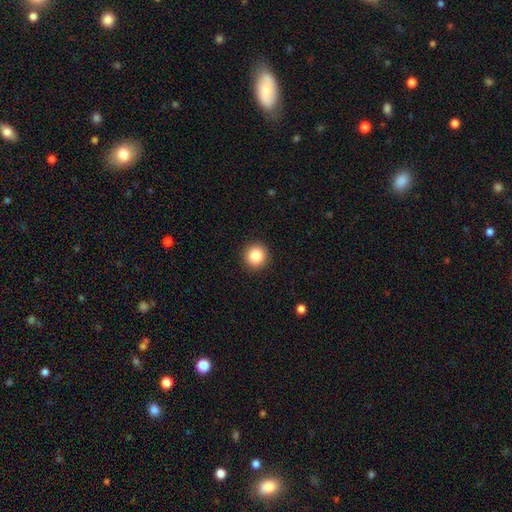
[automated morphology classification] This appears to be a smooth galaxy with no disk features (86%) that is round (94%). Merging: none (92%).